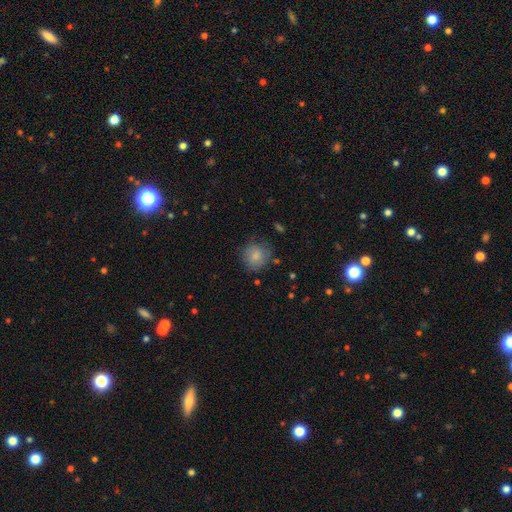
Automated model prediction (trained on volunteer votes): Smooth or featured? Predicted: smooth (p=0.81). How rounded? Predicted: round (p=0.86). Merging? Predicted: none (p=0.73).